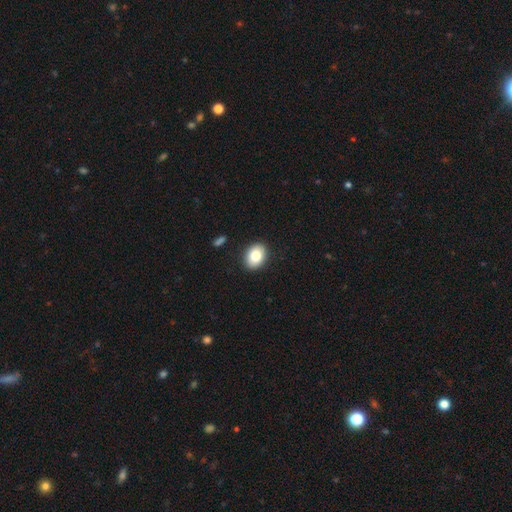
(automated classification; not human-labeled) smooth_or_featured: smooth (p=0.83) [alt: featured or disk p=0.09]
how_rounded: in between (p=0.75) [alt: round p=0.24]
merging: none (p=0.90) [alt: minor disturbance p=0.07]